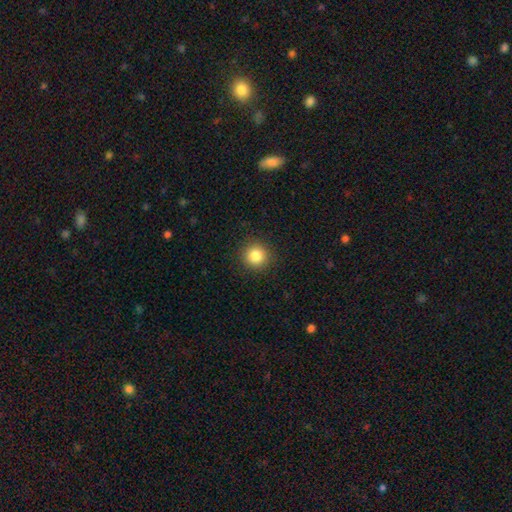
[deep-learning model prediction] This appears to be a smooth galaxy with no disk features (84%) that is round (94%). Merging: none (92%).